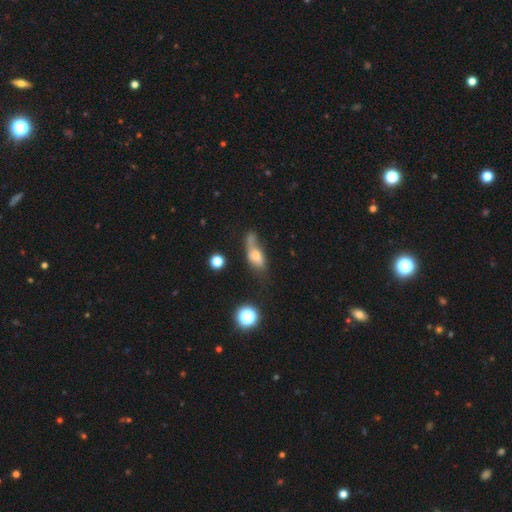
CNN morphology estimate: smooth 51%, featured or disk 36%, star or artifact 13%. Down the decision tree: how rounded — in between (65%); merging — none (31%).